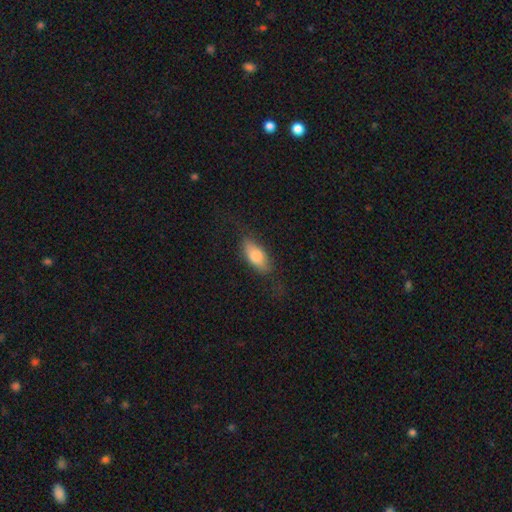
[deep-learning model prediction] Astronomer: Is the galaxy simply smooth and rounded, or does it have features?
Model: smooth — 80%.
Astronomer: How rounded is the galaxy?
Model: in between — 85%.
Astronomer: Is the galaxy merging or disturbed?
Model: none — 65%.